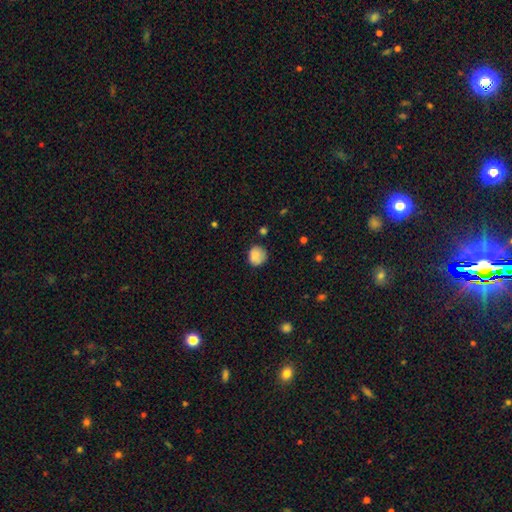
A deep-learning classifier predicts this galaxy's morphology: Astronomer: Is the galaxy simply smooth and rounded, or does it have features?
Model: smooth — 85%.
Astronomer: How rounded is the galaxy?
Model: round — 81%.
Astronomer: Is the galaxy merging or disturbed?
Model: none — 71%.